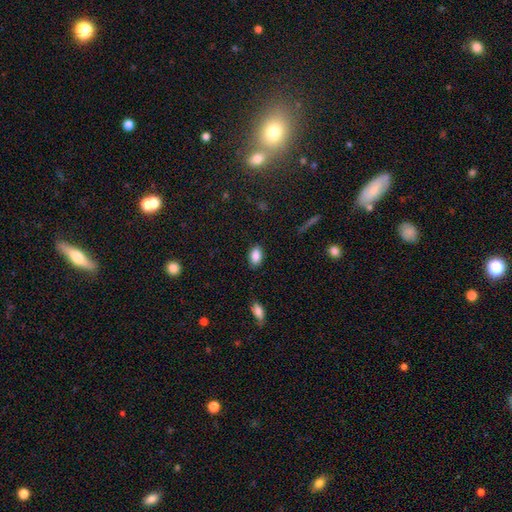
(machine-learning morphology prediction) smooth 87%, star or artifact 8%, featured or disk 5%. Down the decision tree: how rounded — in between (89%); merging — none (84%).